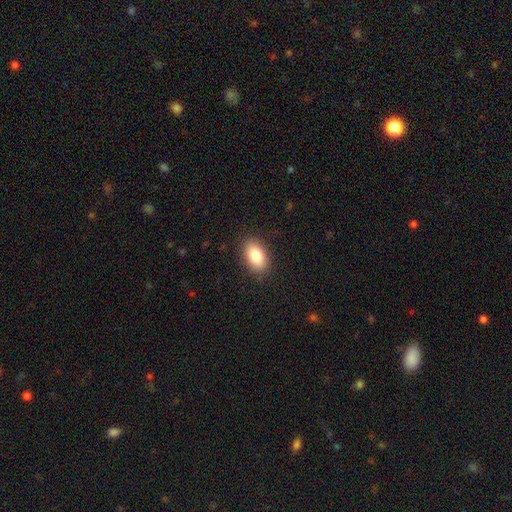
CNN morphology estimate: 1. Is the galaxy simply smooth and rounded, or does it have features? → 84% smooth, 9% featured or disk, 8% star or artifact.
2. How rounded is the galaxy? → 90% in between, 8% round, 2% cigar-shaped.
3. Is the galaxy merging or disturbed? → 88% none, 9% minor disturbance, 2% major disturbance, 1% merger.